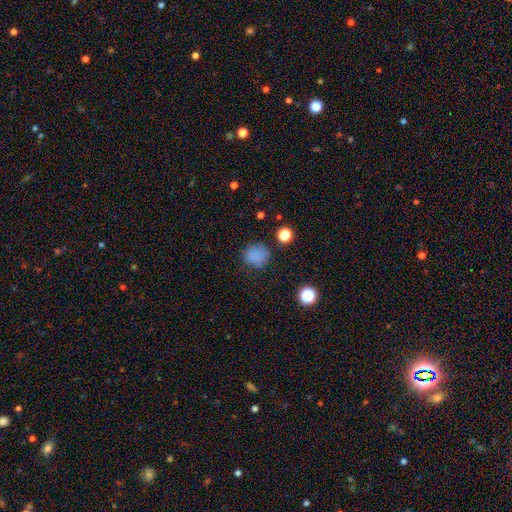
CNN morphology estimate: A smooth galaxy with no disk features (77%) that is round (84%).

Vote fractions:
- Smooth or featured? smooth: 77% / star or artifact: 16% / featured or disk: 7%
- How rounded? round: 84% / in between: 15% / cigar-shaped: 1%
- Merging? none: 74% / minor disturbance: 17% / major disturbance: 7% / merger: 3%